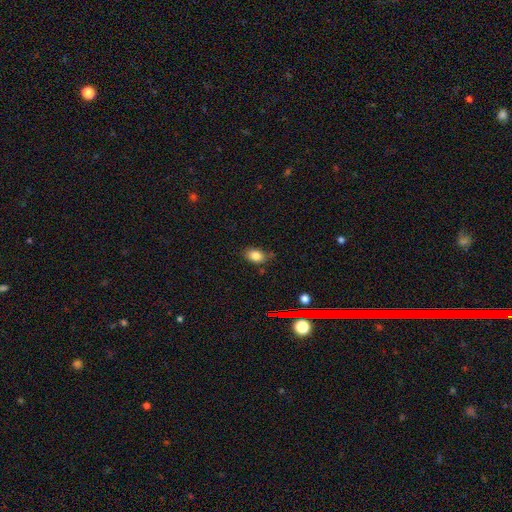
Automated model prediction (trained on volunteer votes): A smooth galaxy with no disk features (81%) that is in between round and cigar-shaped (78%). Merging: none (75%).